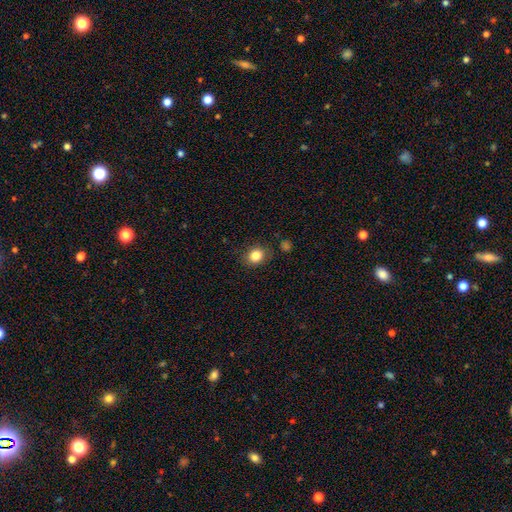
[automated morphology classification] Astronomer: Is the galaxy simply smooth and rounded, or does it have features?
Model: smooth — 84%.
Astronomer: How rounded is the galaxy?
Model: round — 67%.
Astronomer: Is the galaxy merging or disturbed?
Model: none — 84%.